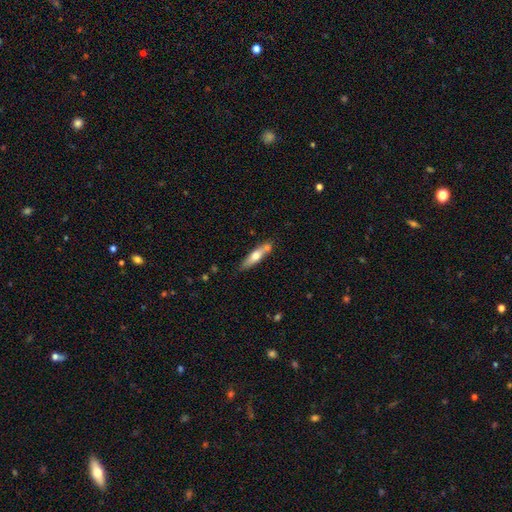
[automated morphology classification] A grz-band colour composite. It shows a smooth galaxy with no disk features (55%) that is cigar-shaped (74%). Merging: none (65%).